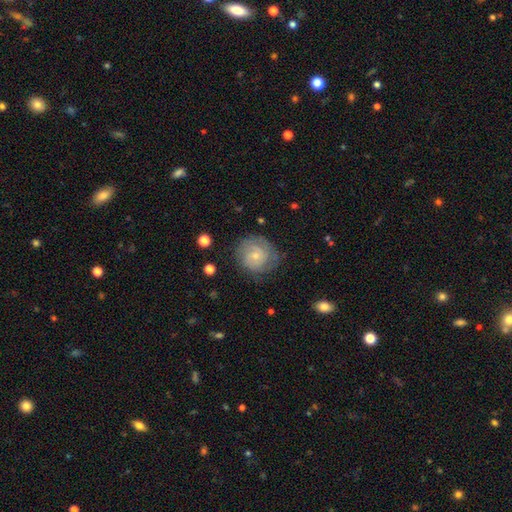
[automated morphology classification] Q: Smooth or featured?
A: featured or disk (60%); runner-up: smooth (33%)
Q: Edge-on disk?
A: no (97%); runner-up: yes (3%)
Q: Bar?
A: no (72%); runner-up: weak (24%)
Q: Spiral arms?
A: yes (85%); runner-up: no (15%)
Q: Bulge size?
A: small (71%); runner-up: moderate (23%)
Q: Merging?
A: none (71%); runner-up: minor disturbance (19%)